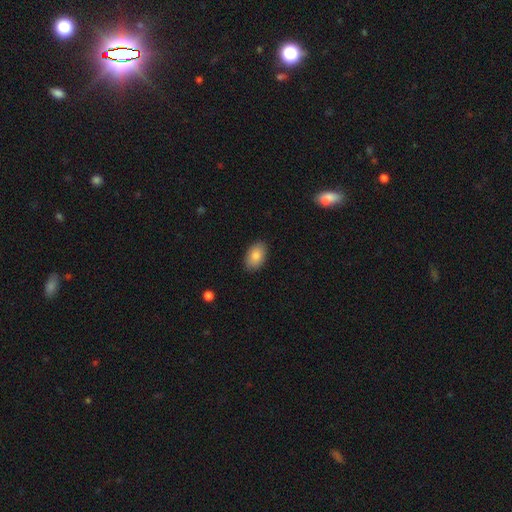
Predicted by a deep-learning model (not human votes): This is clearly a smooth galaxy (85%). How rounded: clearly in between (91%). Merging: clearly none (87%).